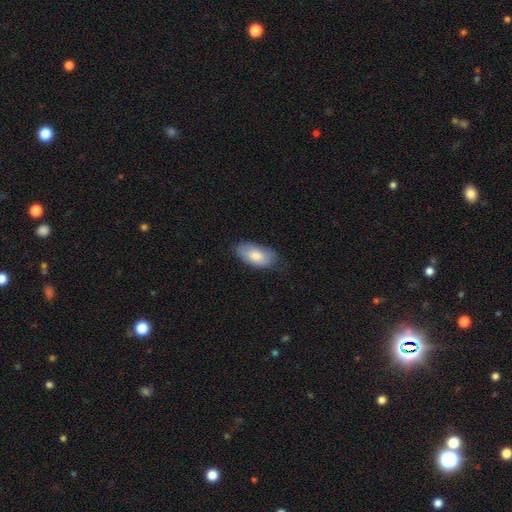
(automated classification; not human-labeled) The model was most divided on "merging": none: 72%, minor disturbance: 22%, major disturbance: 4%, merger: 1%. More confident: how rounded — in between (94%); smooth or featured — smooth (79%).